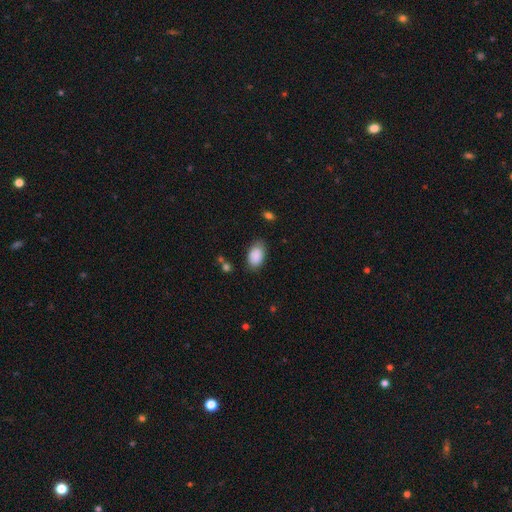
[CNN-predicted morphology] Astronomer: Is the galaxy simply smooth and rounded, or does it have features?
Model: smooth — 89%.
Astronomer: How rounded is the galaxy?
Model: in between — 90%.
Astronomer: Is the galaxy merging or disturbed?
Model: none — 78%.